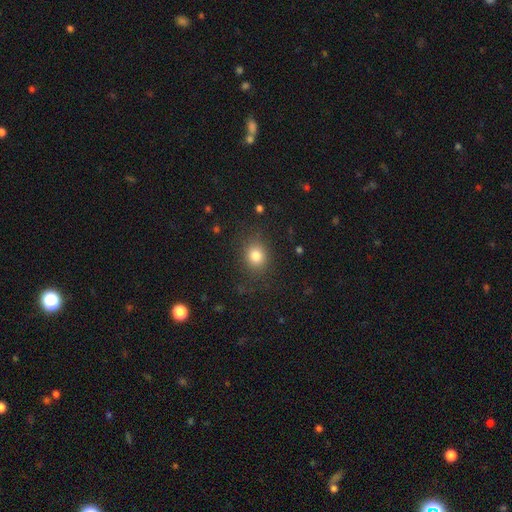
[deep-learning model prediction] Smooth or featured?
  - smooth: 81% *
  - star or artifact: 12%
  - featured or disk: 7%
How rounded?
  - round: 68% *
  - in between: 31%
  - cigar-shaped: 1%
Merging?
  - none: 82% *
  - minor disturbance: 12%
  - major disturbance: 5%
  - merger: 1%